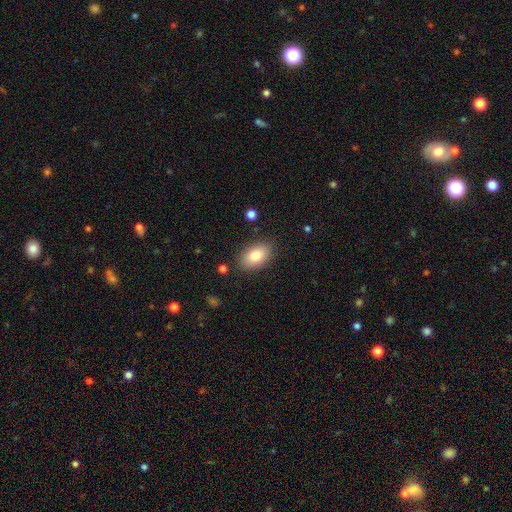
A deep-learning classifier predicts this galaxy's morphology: Overall: smooth (81%). How rounded: in between (90%). Merging: none (85%).